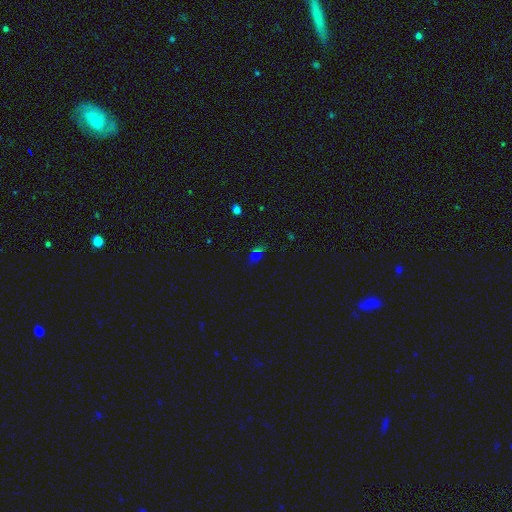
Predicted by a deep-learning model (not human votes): Q: Smooth or featured?
A: star or artifact (47%); runner-up: smooth (41%)